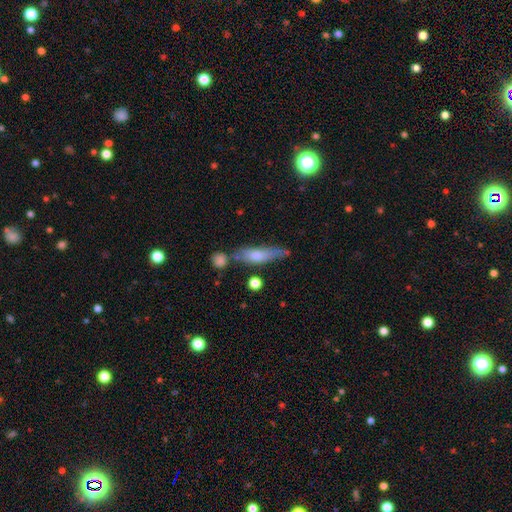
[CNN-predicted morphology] Smooth or featured: featured or disk — 47% (smooth — 41%)
Merging: none — 66% (minor disturbance — 17%)